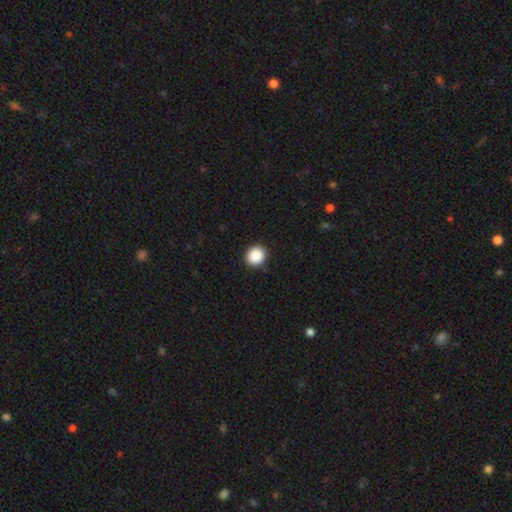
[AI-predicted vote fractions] This appears to be a smooth galaxy with no disk features (88%) that is round (86%). Merging: none (90%).